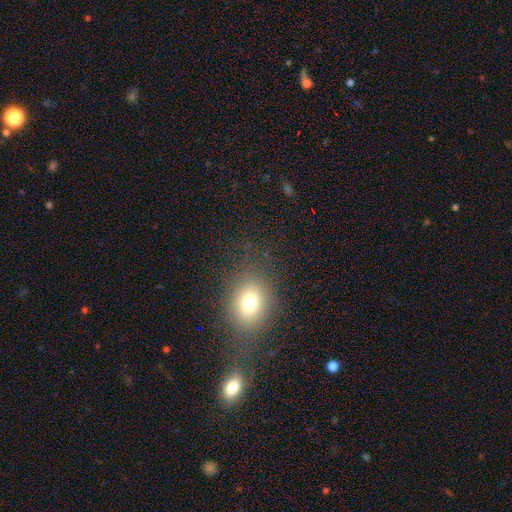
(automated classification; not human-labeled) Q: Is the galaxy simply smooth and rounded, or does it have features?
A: smooth — 66%.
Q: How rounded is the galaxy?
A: in between — 54%.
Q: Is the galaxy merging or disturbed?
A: none — 69%.